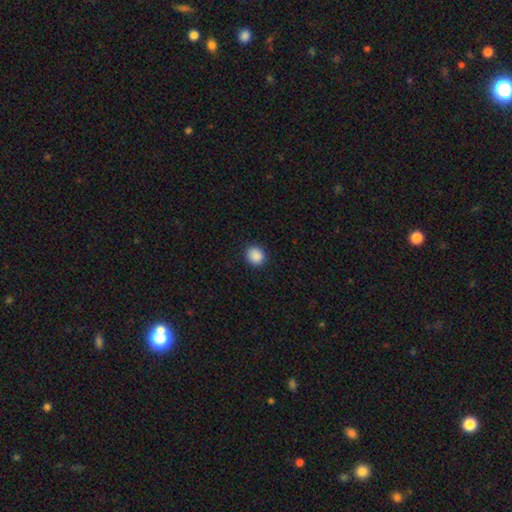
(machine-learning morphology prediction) A smooth galaxy with no disk features (89%) that is round (81%). Merging: none (91%).